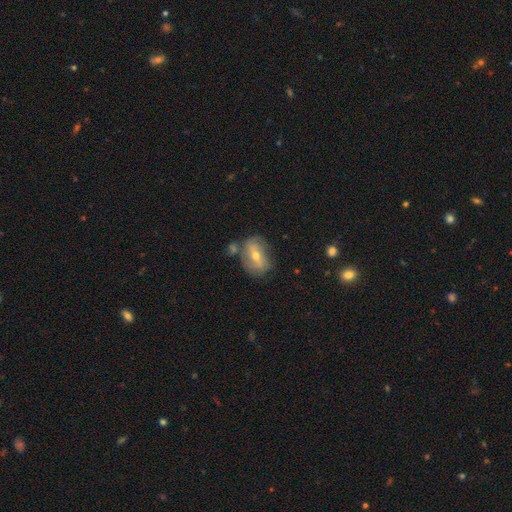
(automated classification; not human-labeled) A featured or disk galaxy (54%).

Vote fractions:
- Smooth or featured? featured or disk: 54% / smooth: 38% / star or artifact: 8%
- Edge-on disk? no: 92% / yes: 8%
- Merging? none: 58% / minor disturbance: 21% / merger: 13% / major disturbance: 8%